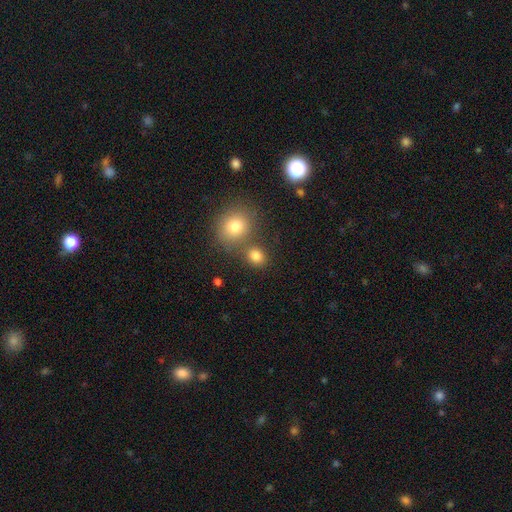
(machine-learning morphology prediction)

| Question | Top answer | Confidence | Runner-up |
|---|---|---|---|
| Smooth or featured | smooth | 81% | star or artifact (13%) |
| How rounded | round | 67% | in between (32%) |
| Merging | none | 64% | merger (24%) |